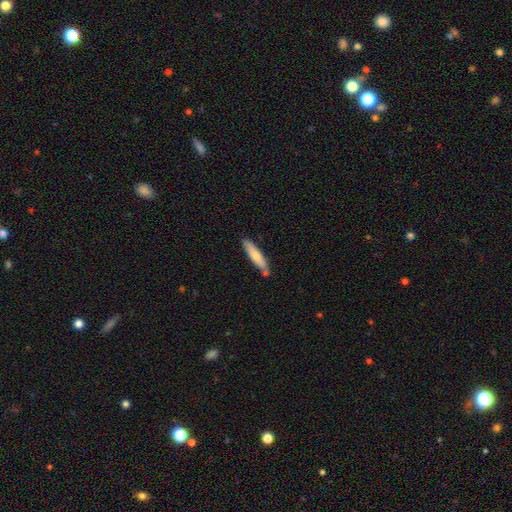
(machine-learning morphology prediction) type=smooth (68%); roundness=cigar-shaped (84%); merging=none (76%).